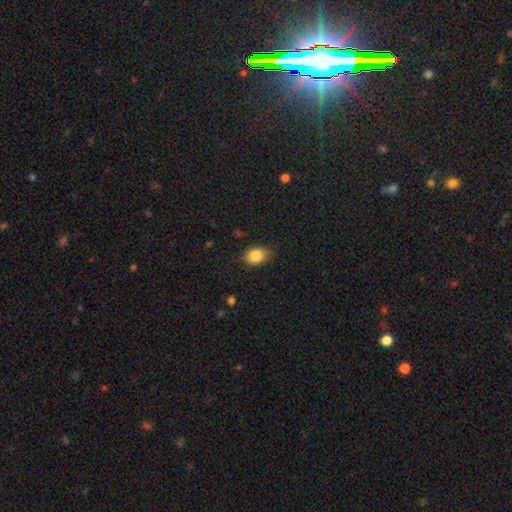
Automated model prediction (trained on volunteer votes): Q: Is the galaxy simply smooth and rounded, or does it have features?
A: smooth — 86%.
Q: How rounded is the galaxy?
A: in between — 68%.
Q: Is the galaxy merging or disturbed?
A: none — 72%.